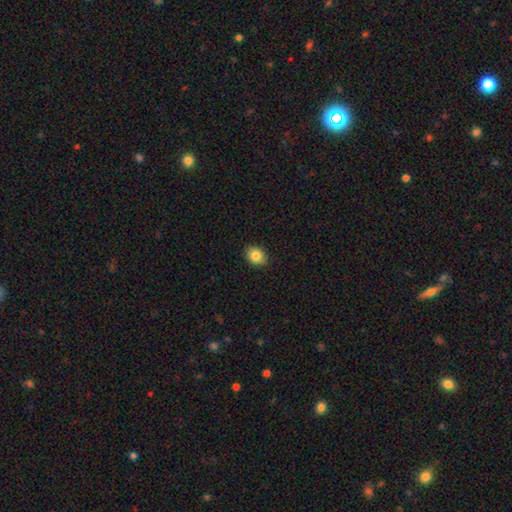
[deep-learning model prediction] This appears to be a smooth galaxy with no disk features (85%) that is in between round and cigar-shaped (56%). Merging: none (90%).